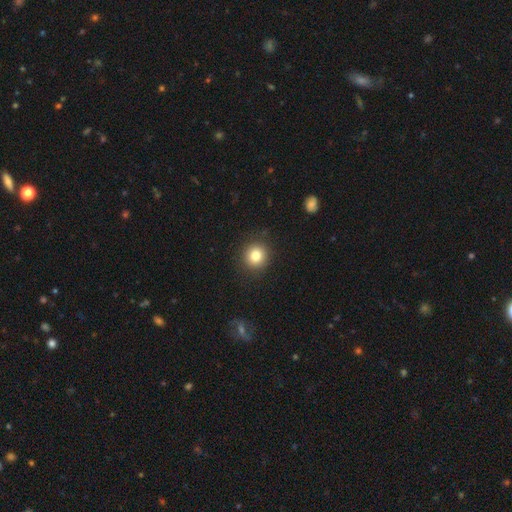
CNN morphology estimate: This is clearly a smooth galaxy (81%). How rounded: clearly round (91%). Merging: clearly none (90%).